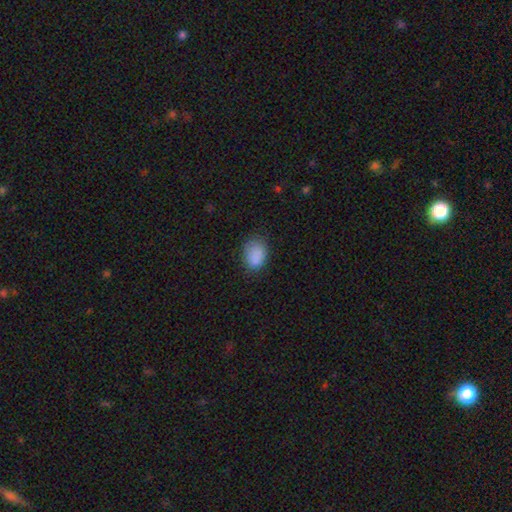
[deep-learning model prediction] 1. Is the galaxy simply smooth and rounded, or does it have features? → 86% smooth, 10% star or artifact, 5% featured or disk.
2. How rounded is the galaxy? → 73% in between, 26% round, 1% cigar-shaped.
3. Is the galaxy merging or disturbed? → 71% none, 21% minor disturbance, 6% major disturbance, 1% merger.